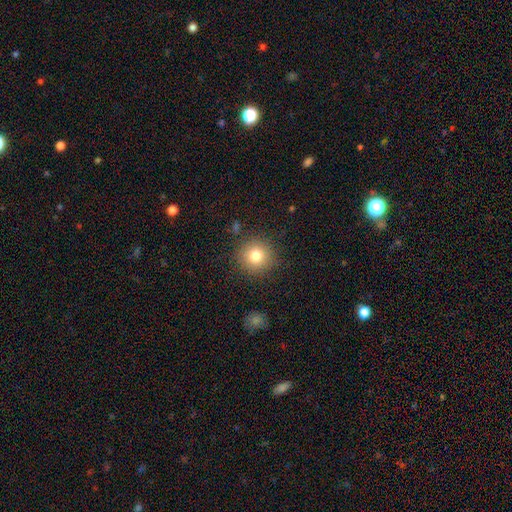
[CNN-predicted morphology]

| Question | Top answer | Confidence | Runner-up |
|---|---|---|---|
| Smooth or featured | smooth | 79% | star or artifact (11%) |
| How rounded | round | 92% | in between (7%) |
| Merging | none | 87% | minor disturbance (8%) |